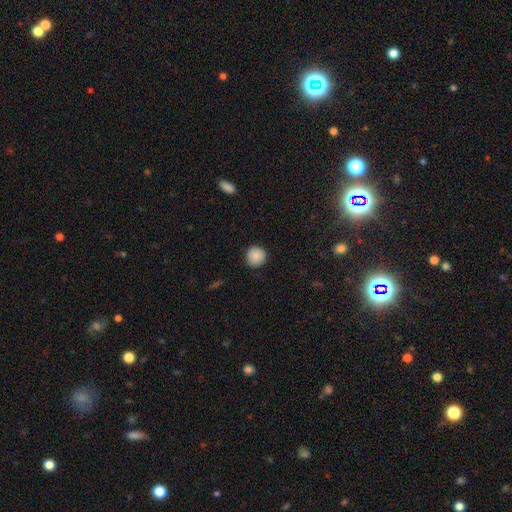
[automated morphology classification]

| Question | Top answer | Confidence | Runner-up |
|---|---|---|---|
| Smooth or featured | smooth | 88% | star or artifact (8%) |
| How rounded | round | 94% | in between (5%) |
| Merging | none | 90% | minor disturbance (7%) |